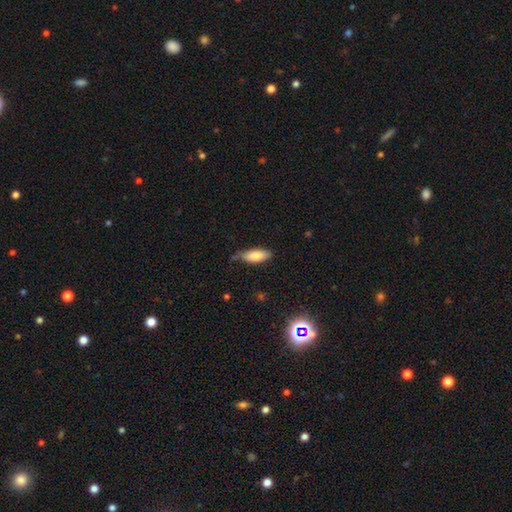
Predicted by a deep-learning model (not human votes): This is likely a smooth galaxy (80%). How rounded: likely in between (78%). Merging: likely none (61%).